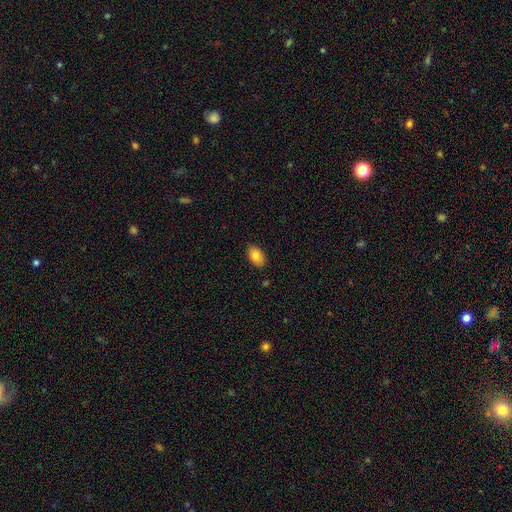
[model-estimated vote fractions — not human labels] Morphology: type=smooth (84%); roundness=in between (92%); merging=none (87%).